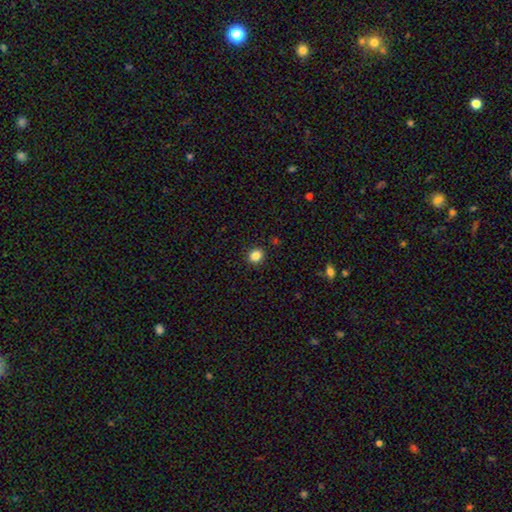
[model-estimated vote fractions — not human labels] The model was most divided on "how rounded": round: 72%, in between: 28%, cigar-shaped: 1%. More confident: merging — none (90%); smooth or featured — smooth (85%).